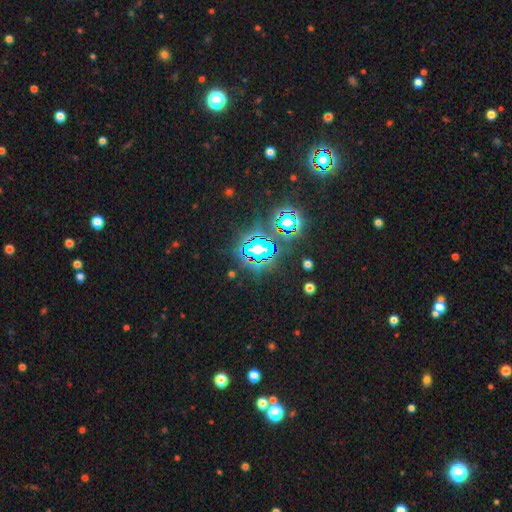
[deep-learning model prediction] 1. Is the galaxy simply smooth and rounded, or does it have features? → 77% star or artifact, 14% smooth, 9% featured or disk.